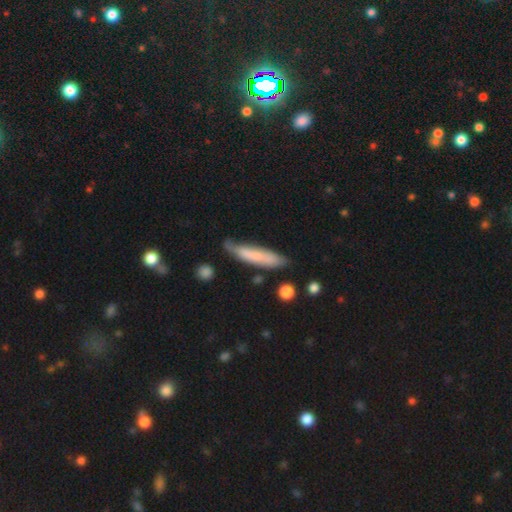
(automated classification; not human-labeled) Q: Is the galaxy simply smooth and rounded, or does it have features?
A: smooth — 67%.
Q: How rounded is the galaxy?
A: cigar-shaped — 84%.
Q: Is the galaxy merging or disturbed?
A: none — 59%.